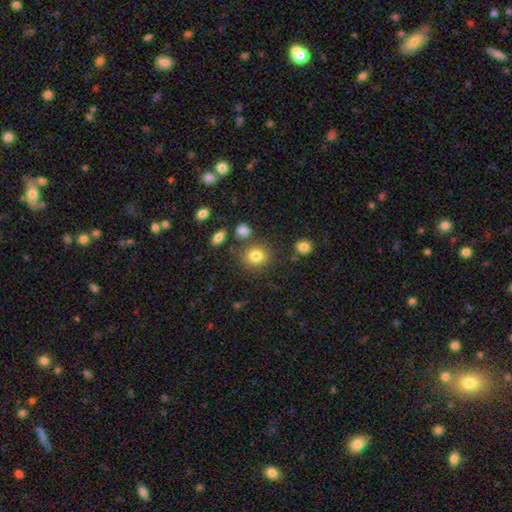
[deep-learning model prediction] Morphology: type=smooth (81%); roundness=round (80%); merging=none (80%).